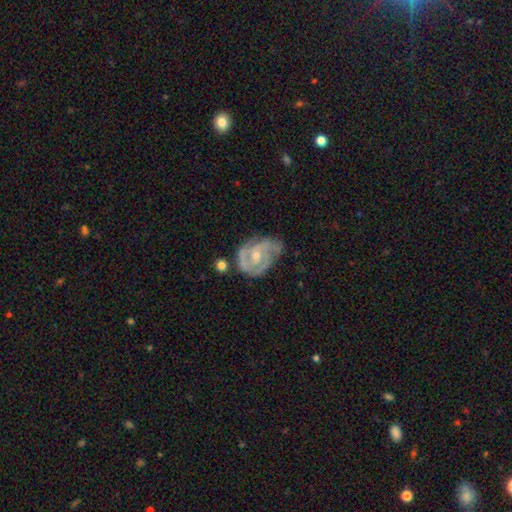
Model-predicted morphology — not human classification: smooth_or_featured: featured or disk (p=0.85) [alt: smooth p=0.09]
disk_edge_on: no (p=0.98) [alt: yes p=0.02]
bar: no (p=0.59) [alt: weak p=0.34]
has_spiral_arms: yes (p=0.94) [alt: no p=0.06]
spiral_winding: tight (p=0.52) [alt: medium p=0.39]
spiral_arm_count: 2 (p=0.48) [alt: 3 p=0.25]
bulge_size: moderate (p=0.50) [alt: small p=0.46]
merging: none (p=0.52) [alt: minor disturbance p=0.30]